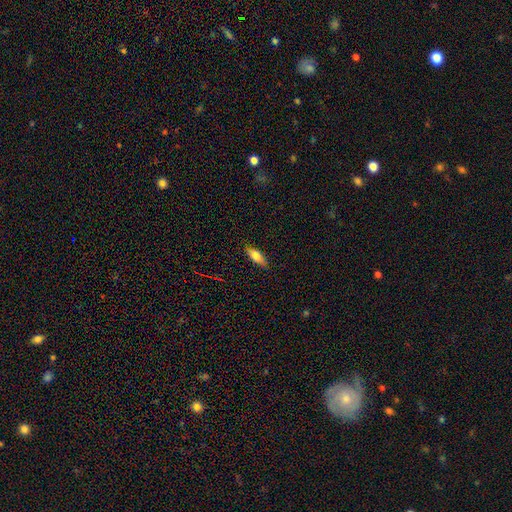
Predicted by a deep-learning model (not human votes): A smooth galaxy with no disk features (68%) that is in between round and cigar-shaped (65%). Merging: none (85%).